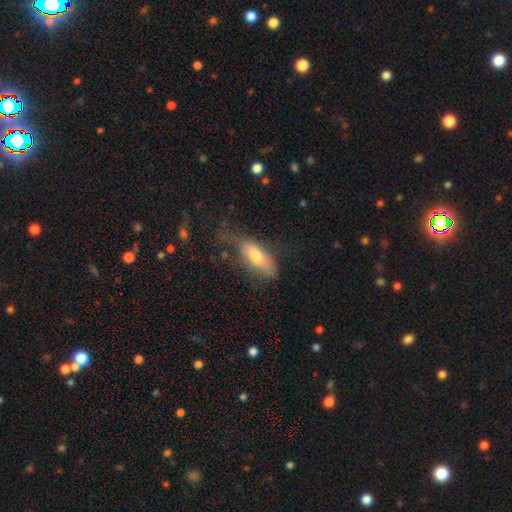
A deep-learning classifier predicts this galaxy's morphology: Q: Smooth or featured?
A: smooth (69%); runner-up: featured or disk (24%)
Q: How rounded?
A: in between (77%); runner-up: cigar-shaped (21%)
Q: Merging?
A: none (42%); runner-up: minor disturbance (31%)